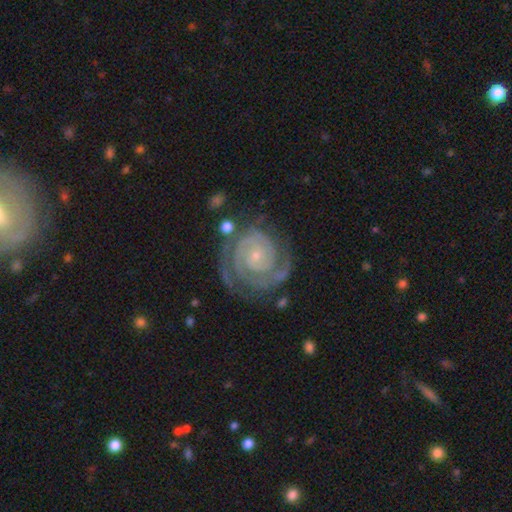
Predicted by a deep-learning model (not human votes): smooth_or_featured: featured or disk (p=0.91) [alt: star or artifact p=0.05]
disk_edge_on: no (p=0.98) [alt: yes p=0.02]
bar: no (p=0.72) [alt: weak p=0.20]
has_spiral_arms: yes (p=0.98) [alt: no p=0.02]
spiral_winding: tight (p=0.83) [alt: medium p=0.15]
spiral_arm_count: 2 (p=0.64) [alt: 3 p=0.15]
bulge_size: small (p=0.80) [alt: moderate p=0.15]
merging: none (p=0.73) [alt: minor disturbance p=0.17]